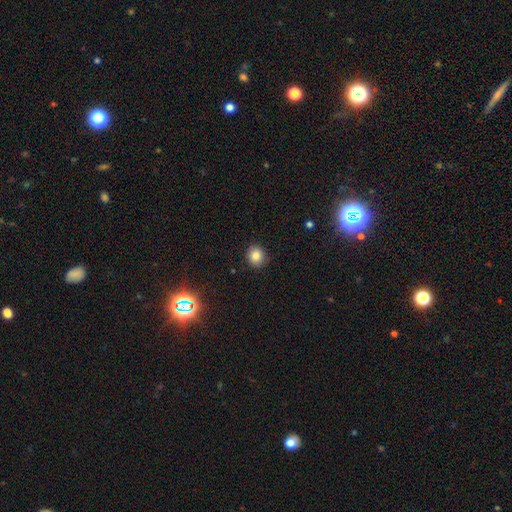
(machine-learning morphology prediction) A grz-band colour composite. It shows a smooth galaxy with no disk features (82%) that is round (74%). Merging: none (88%).